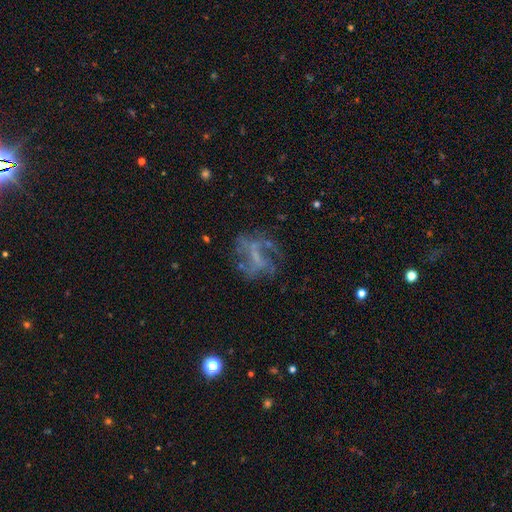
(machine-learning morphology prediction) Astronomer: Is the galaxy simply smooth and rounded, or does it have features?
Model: featured or disk — 64%.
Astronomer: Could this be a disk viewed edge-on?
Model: no — 97%.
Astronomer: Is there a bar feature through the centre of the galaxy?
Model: no — 50% (runner-up: weak, 32%).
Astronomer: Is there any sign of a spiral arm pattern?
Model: yes — 52% (runner-up: no, 48%).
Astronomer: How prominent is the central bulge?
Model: none — 66%.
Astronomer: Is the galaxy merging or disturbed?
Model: none — 51% (runner-up: major disturbance, 28%).